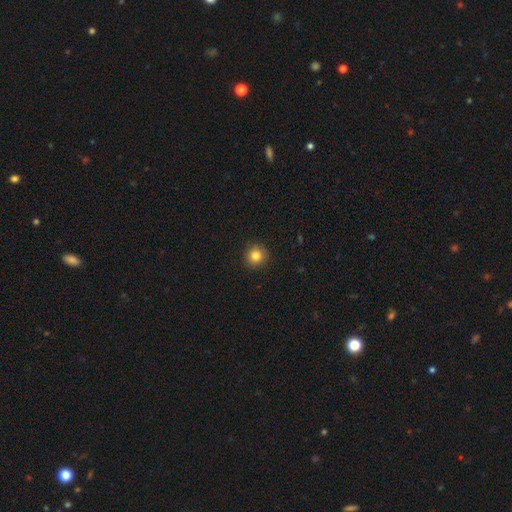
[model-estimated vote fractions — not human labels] A smooth galaxy with no disk features (83%) that is round (94%).

Vote fractions:
- Smooth or featured? smooth: 83% / star or artifact: 11% / featured or disk: 6%
- How rounded? round: 94% / in between: 5% / cigar-shaped: 1%
- Merging? none: 92% / minor disturbance: 5% / major disturbance: 2% / merger: 1%